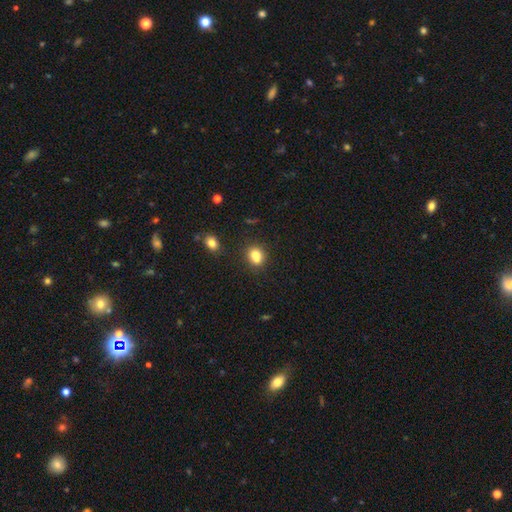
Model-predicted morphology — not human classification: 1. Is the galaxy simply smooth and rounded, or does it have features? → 79% smooth, 11% star or artifact, 10% featured or disk.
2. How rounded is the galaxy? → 54% round, 45% in between, 1% cigar-shaped.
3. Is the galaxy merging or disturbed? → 59% none, 22% merger, 15% minor disturbance, 4% major disturbance.